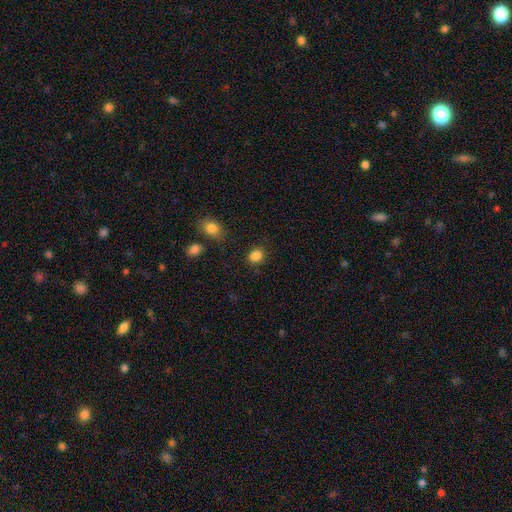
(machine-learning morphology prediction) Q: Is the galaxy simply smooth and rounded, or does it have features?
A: smooth — 86%.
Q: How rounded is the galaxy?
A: in between — 49%, tied with round.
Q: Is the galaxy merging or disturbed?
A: none — 78%.